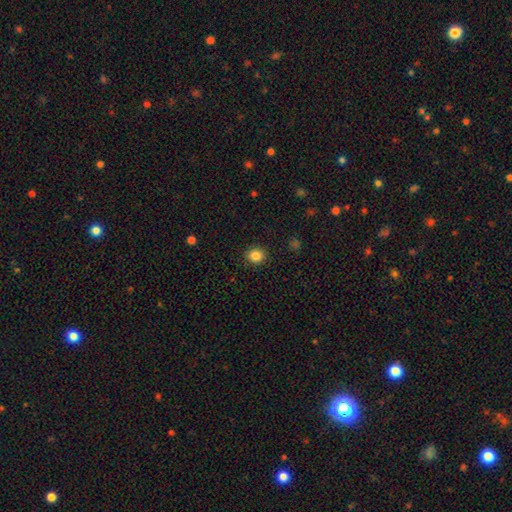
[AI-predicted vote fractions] Q: Smooth or featured?
A: smooth (85%); runner-up: star or artifact (11%)
Q: How rounded?
A: round (78%); runner-up: in between (21%)
Q: Merging?
A: none (90%); runner-up: minor disturbance (7%)